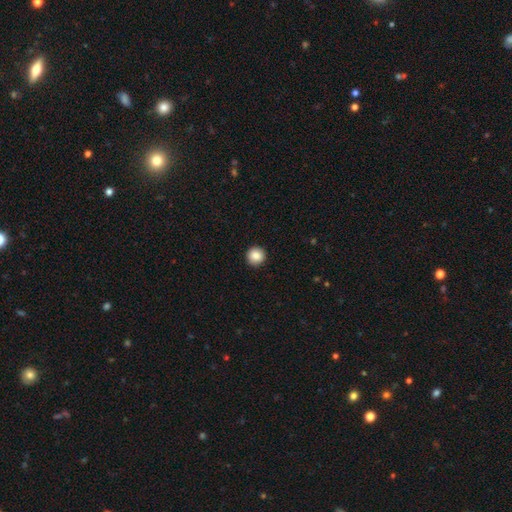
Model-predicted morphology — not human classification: Smooth or featured?
  - smooth: 87% *
  - star or artifact: 9%
  - featured or disk: 4%
How rounded?
  - round: 96% *
  - in between: 3%
  - cigar-shaped: 1%
Merging?
  - none: 93% *
  - minor disturbance: 4%
  - major disturbance: 2%
  - merger: 1%